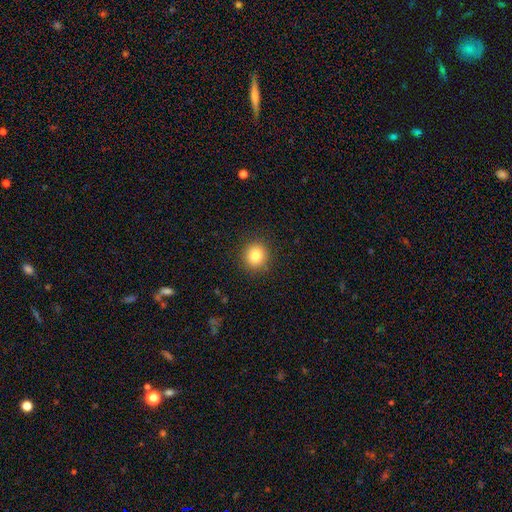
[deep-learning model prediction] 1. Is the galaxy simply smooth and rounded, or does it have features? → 82% smooth, 11% star or artifact, 7% featured or disk.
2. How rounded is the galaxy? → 89% round, 10% in between, 1% cigar-shaped.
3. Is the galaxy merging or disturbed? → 90% none, 6% minor disturbance, 2% major disturbance, 1% merger.